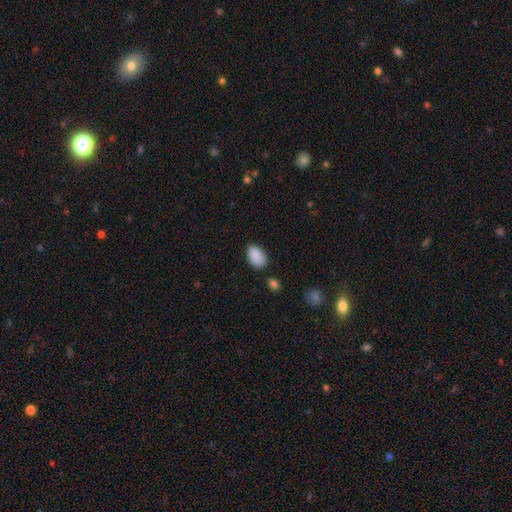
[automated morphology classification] Smooth or featured? Predicted: smooth (p=0.90). How rounded? Predicted: in between (p=0.91). Merging? Predicted: none (p=0.79).